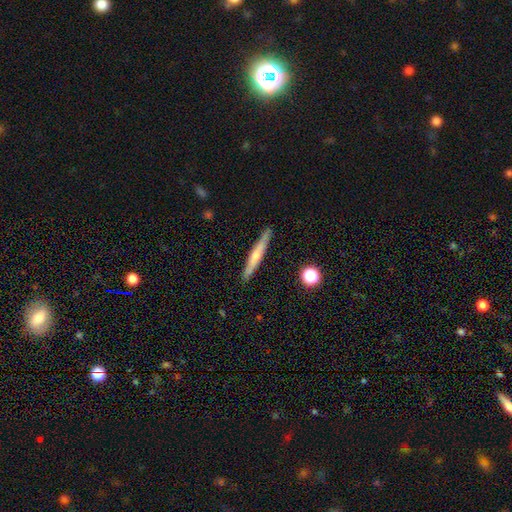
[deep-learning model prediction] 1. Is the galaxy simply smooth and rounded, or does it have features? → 49% featured or disk, 44% smooth, 7% star or artifact.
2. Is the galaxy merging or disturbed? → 89% none, 8% minor disturbance, 2% major disturbance, 1% merger.